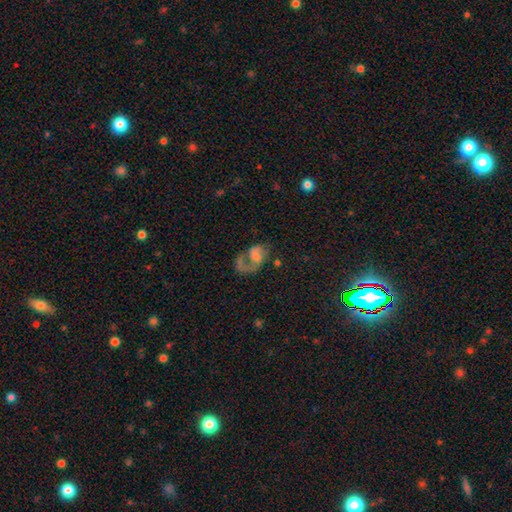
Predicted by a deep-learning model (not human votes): A featured or disk galaxy (58%) with no bar (69%), spiral arms (65%) and no central bulge (34%). Merging: major disturbance (46%).